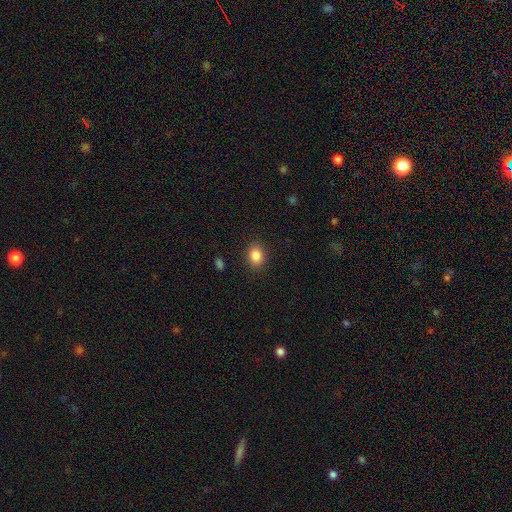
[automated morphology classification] smooth 86%, star or artifact 9%, featured or disk 4%. Down the decision tree: how rounded — in between (57%); merging — none (88%).